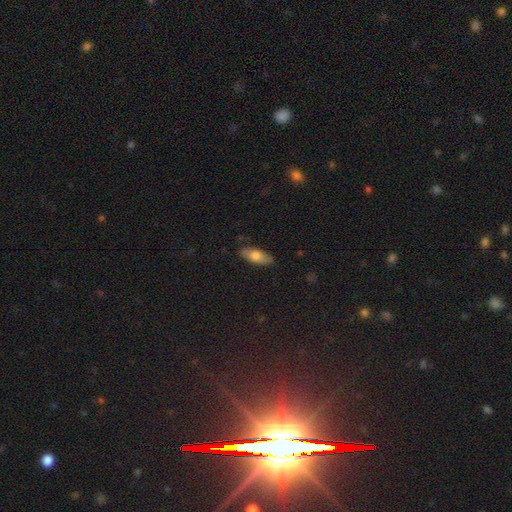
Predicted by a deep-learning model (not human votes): A smooth galaxy with no disk features (70%) that is in between round and cigar-shaped (74%).

Vote fractions:
- Smooth or featured? smooth: 70% / featured or disk: 24% / star or artifact: 6%
- How rounded? in between: 74% / cigar-shaped: 23% / round: 3%
- Merging? none: 85% / minor disturbance: 11% / major disturbance: 2% / merger: 1%